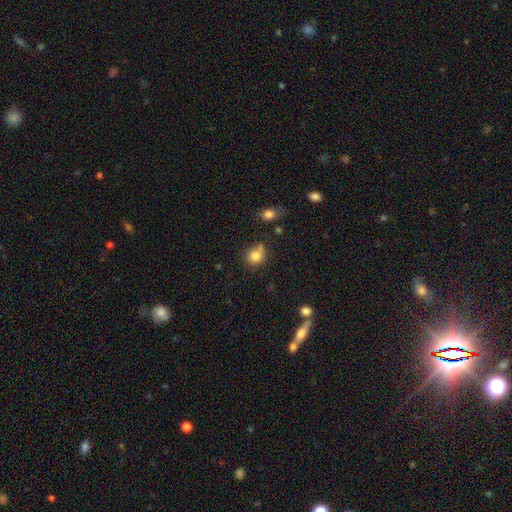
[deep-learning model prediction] Q: Smooth or featured?
A: smooth (81%); runner-up: star or artifact (11%)
Q: How rounded?
A: round (75%); runner-up: in between (24%)
Q: Merging?
A: none (56%); runner-up: minor disturbance (21%)